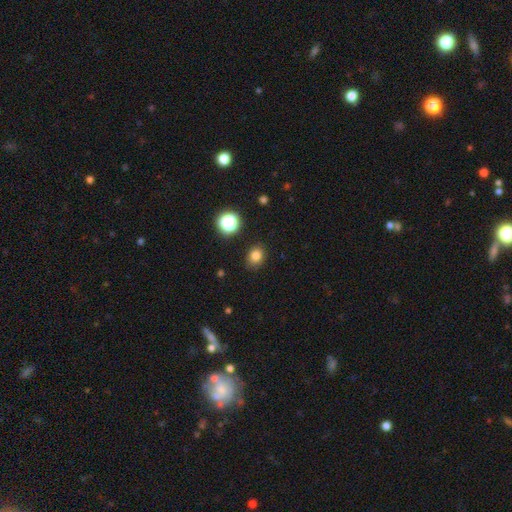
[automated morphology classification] Smooth or featured: smooth — 80% (star or artifact — 14%)
How rounded: round — 53% (in between — 47%)
Merging: none — 86% (minor disturbance — 10%)